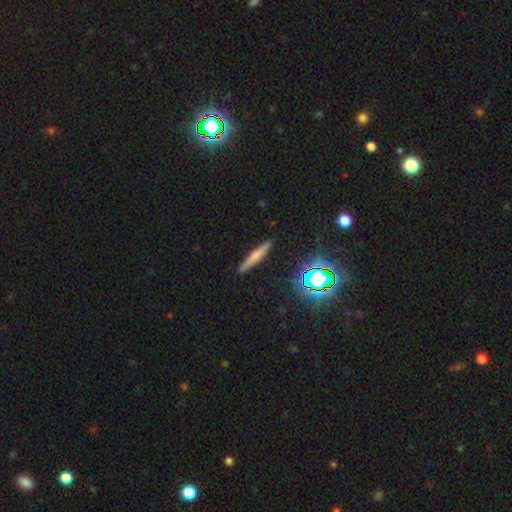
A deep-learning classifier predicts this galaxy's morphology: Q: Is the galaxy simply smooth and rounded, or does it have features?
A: smooth — 56%.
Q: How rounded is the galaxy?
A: cigar-shaped — 92%.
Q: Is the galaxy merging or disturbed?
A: none — 89%.